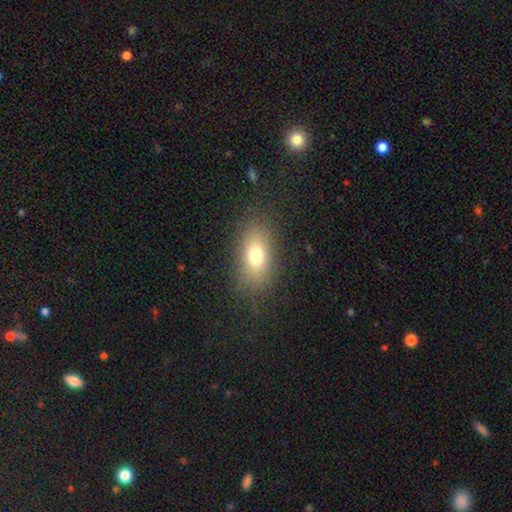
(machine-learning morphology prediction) The model was most divided on "smooth or featured": smooth: 75%, featured or disk: 14%, star or artifact: 11%. More confident: merging — none (83%); how rounded — in between (83%).